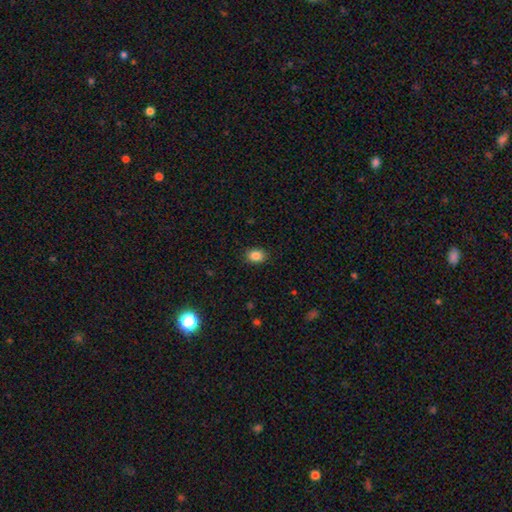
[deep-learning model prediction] Morphology: type=smooth (86%); roundness=in between (63%); merging=none (88%).